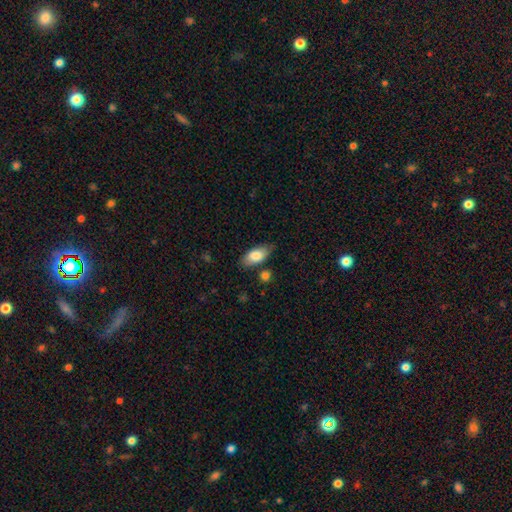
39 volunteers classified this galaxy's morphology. This is clearly a smooth galaxy (82%). How rounded: clearly in between (97%). Merging: likely none (70%).